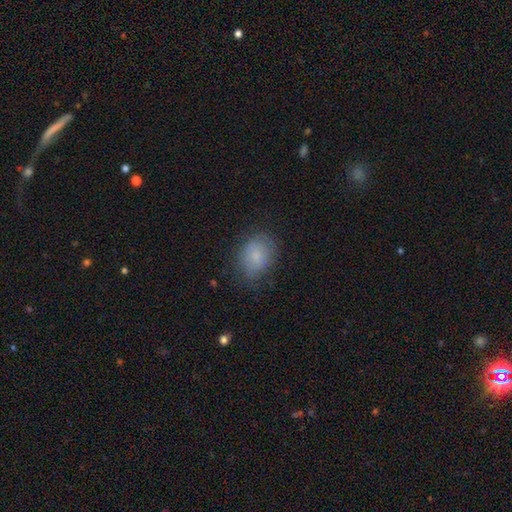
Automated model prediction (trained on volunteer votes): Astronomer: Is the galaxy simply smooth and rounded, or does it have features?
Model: smooth — 77%.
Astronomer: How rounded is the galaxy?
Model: in between — 63%.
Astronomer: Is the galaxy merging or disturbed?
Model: none — 67%.